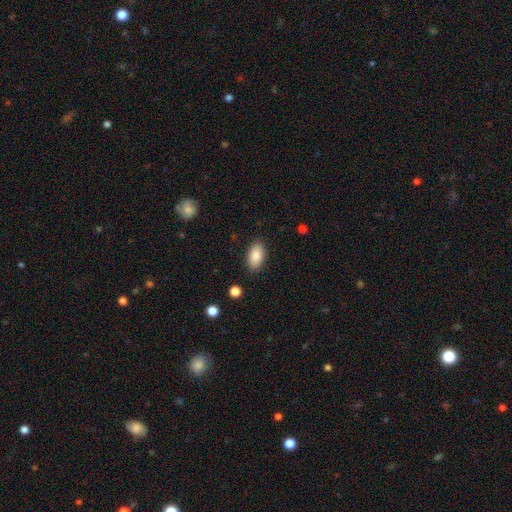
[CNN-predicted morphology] A smooth galaxy with no disk features (87%) that is in between round and cigar-shaped (93%). Merging: none (87%).